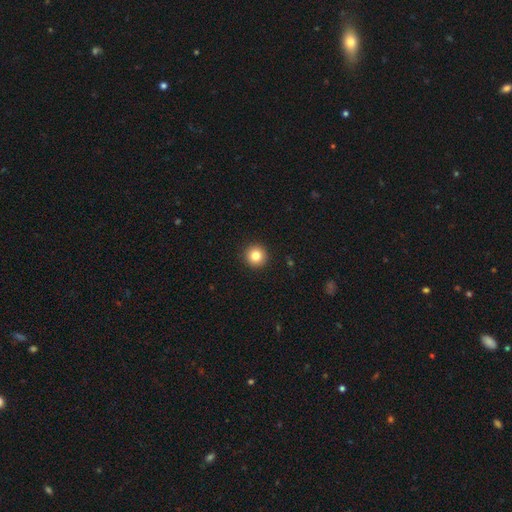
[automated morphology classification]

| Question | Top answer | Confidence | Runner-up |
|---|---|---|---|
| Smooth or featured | smooth | 83% | star or artifact (11%) |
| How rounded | round | 96% | in between (3%) |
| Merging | none | 93% | minor disturbance (4%) |